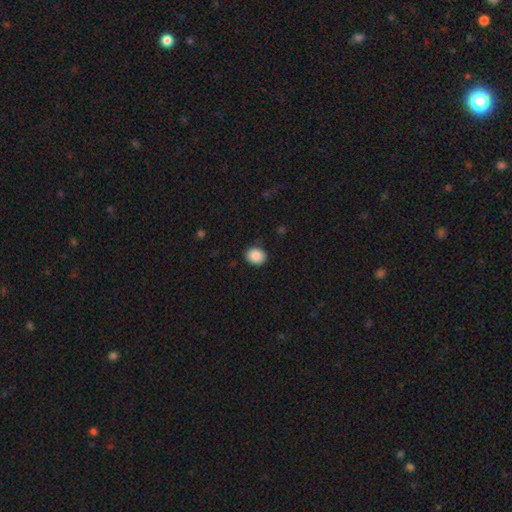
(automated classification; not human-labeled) smooth-or-featured: smooth: 89% | star or artifact: 8% | featured or disk: 3%
  how-rounded: round: 58% | in between: 41% | cigar-shaped: 1%
  merging: none: 86% | minor disturbance: 10% | major disturbance: 3% | merger: 1%